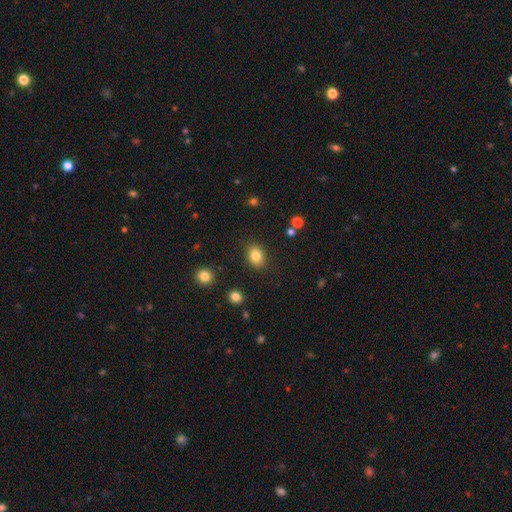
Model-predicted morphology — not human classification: Smooth or featured?
  - smooth: 84% *
  - star or artifact: 10%
  - featured or disk: 7%
How rounded?
  - in between: 63% *
  - round: 36%
  - cigar-shaped: 1%
Merging?
  - none: 86% *
  - minor disturbance: 9%
  - major disturbance: 3%
  - merger: 2%